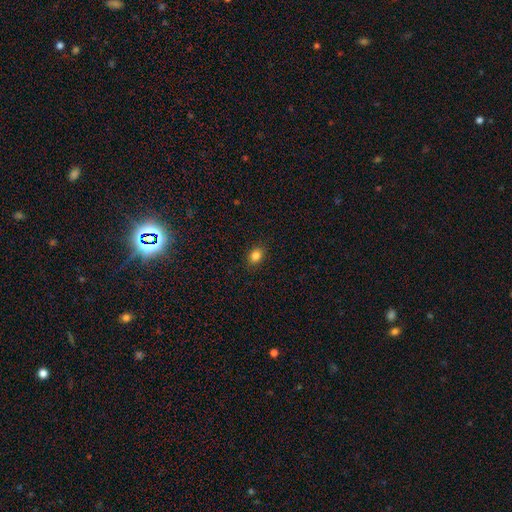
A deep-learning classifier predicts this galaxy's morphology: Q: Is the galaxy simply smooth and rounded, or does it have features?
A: smooth — 84%.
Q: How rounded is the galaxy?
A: in between — 64%.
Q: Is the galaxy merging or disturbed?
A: none — 88%.